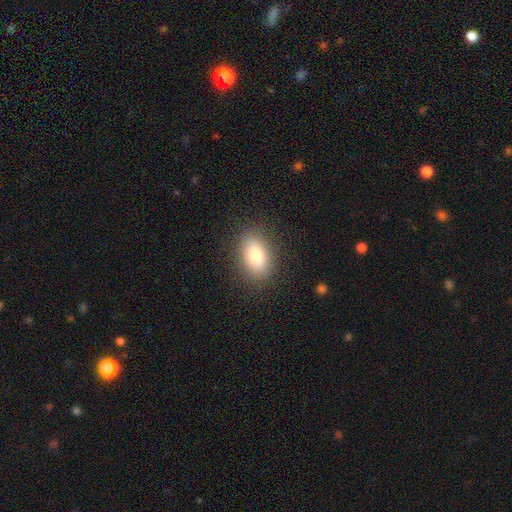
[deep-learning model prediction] Overall: smooth (82%). How rounded: in between (87%). Merging: none (87%).